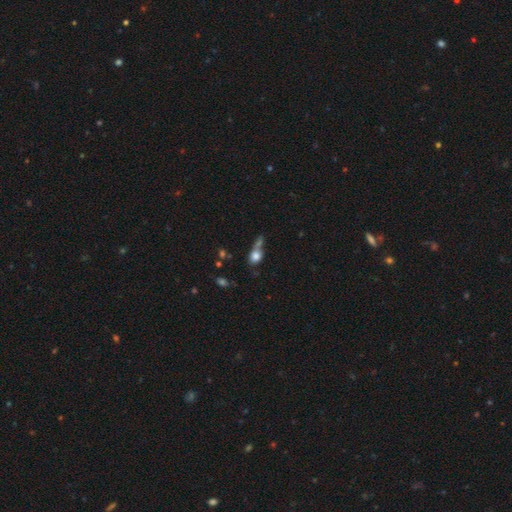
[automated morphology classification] Smooth or featured: smooth — 77% (featured or disk — 12%)
How rounded: round — 50% (in between — 46%)
Merging: merger — 44% (none — 33%)